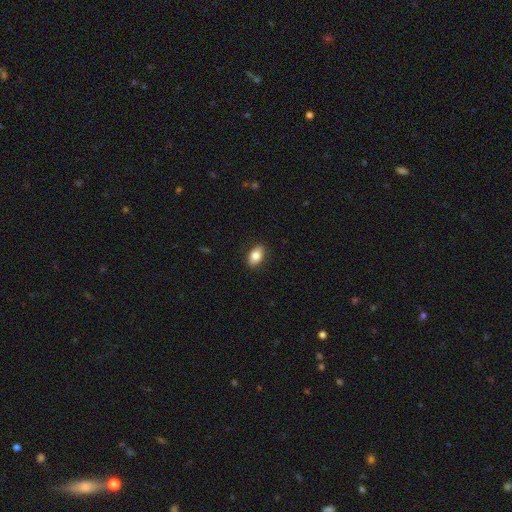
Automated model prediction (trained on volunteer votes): Smooth or featured? smooth (83%)
How rounded? in between (88%)
Merging? none (87%)